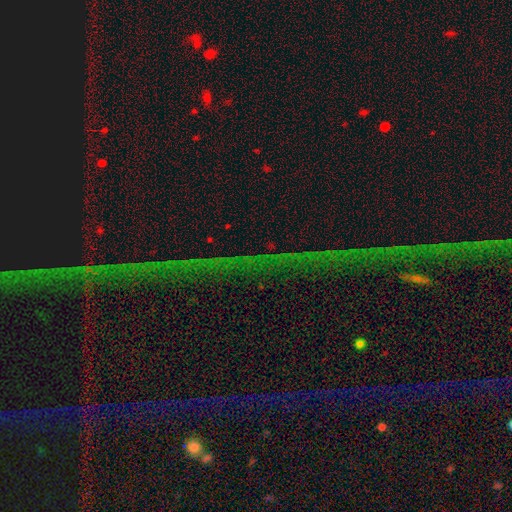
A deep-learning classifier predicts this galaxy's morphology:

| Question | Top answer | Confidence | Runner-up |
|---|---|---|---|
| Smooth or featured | star or artifact | 82% | featured or disk (11%) |